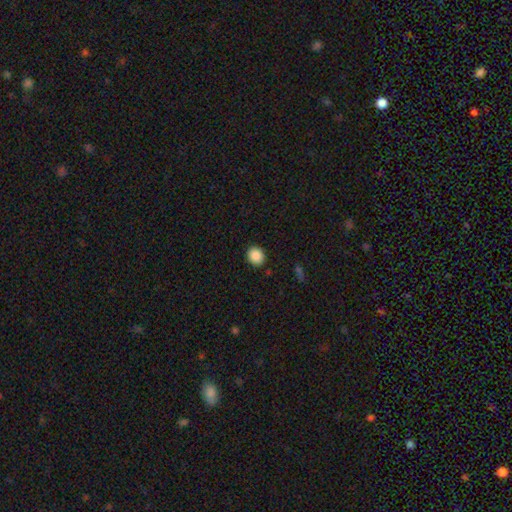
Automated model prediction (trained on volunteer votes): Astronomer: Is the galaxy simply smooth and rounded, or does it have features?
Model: smooth — 88%.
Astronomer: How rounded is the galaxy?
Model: round — 74%.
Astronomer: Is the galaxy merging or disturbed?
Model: none — 90%.